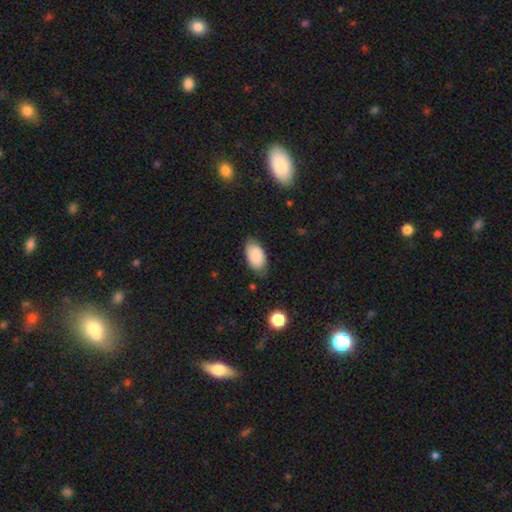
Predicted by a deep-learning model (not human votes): Q: Smooth or featured?
A: smooth (88%); runner-up: star or artifact (7%)
Q: How rounded?
A: in between (95%); runner-up: round (3%)
Q: Merging?
A: none (76%); runner-up: minor disturbance (19%)